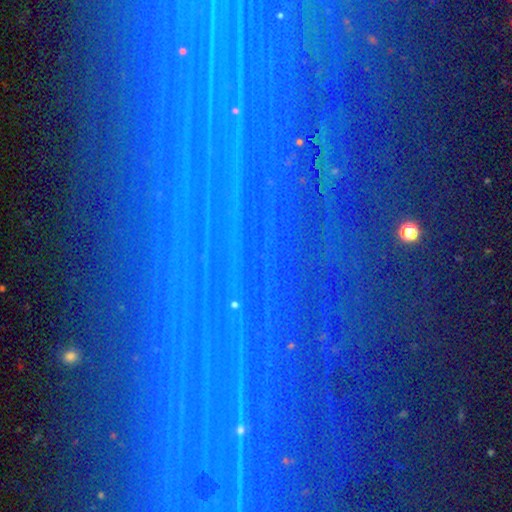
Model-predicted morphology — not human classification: Smooth or featured: star or artifact — 84% (featured or disk — 8%)